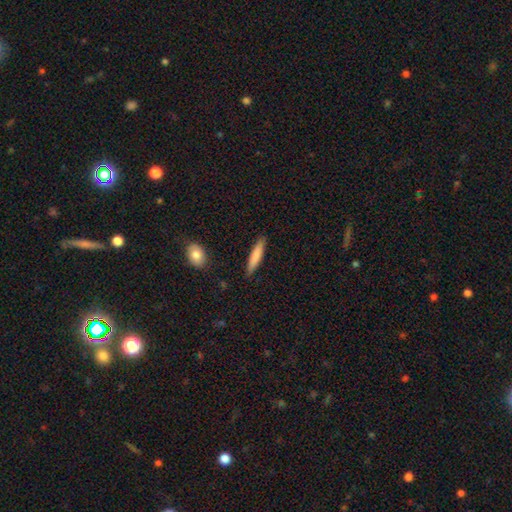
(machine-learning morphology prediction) A smooth galaxy with no disk features (78%) that is cigar-shaped (87%). Merging: none (87%).